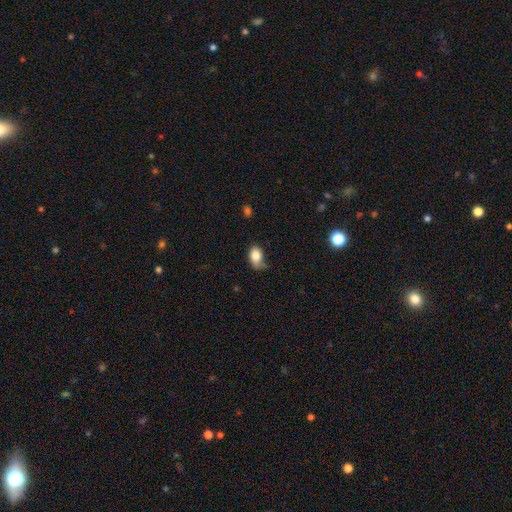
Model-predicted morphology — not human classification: A smooth galaxy with no disk features (83%) that is in between round and cigar-shaped (85%). Merging: none (45%).